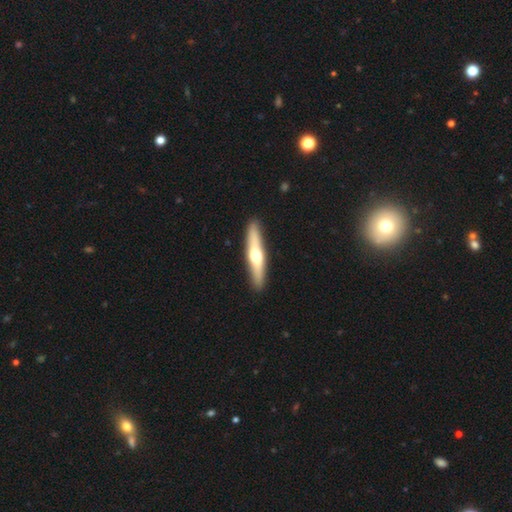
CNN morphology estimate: Smooth or featured?
  - featured or disk: 52% *
  - smooth: 43%
  - star or artifact: 5%
Edge-on disk?
  - yes: 91% *
  - no: 9%
Merging?
  - none: 91% *
  - minor disturbance: 6%
  - major disturbance: 1%
  - merger: 1%